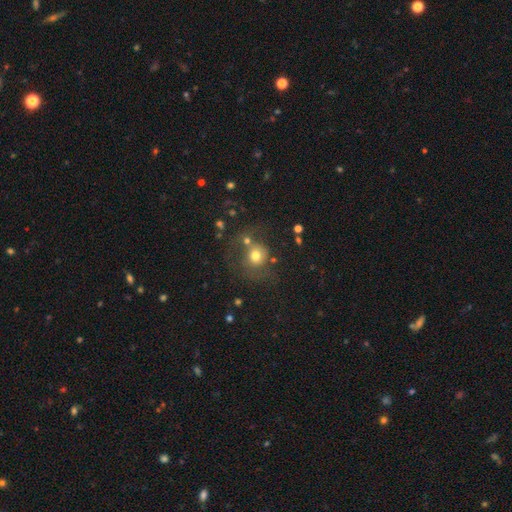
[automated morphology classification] A smooth galaxy with no disk features (68%) that is round (81%).

Vote fractions:
- Smooth or featured? smooth: 68% / featured or disk: 18% / star or artifact: 14%
- How rounded? round: 81% / in between: 18% / cigar-shaped: 1%
- Merging? none: 49% / minor disturbance: 18% / merger: 17% / major disturbance: 16%